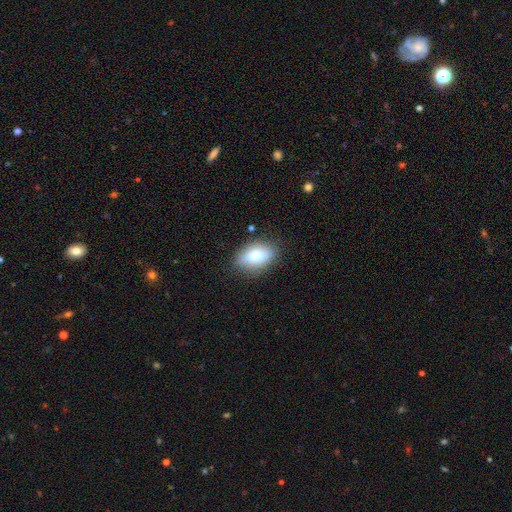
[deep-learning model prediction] Smooth or featured? Predicted: smooth (p=0.79). How rounded? Predicted: in between (p=0.87). Merging? Predicted: none (p=0.78).